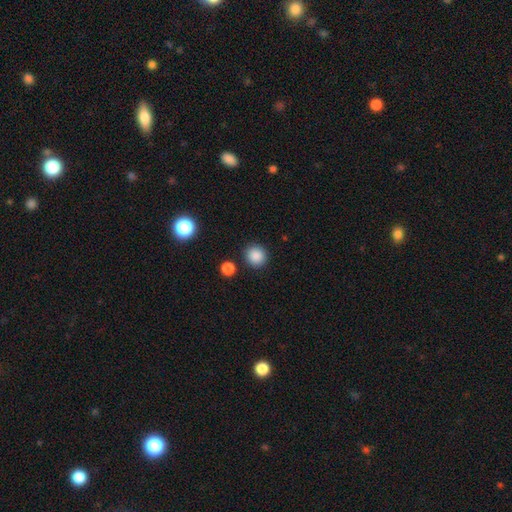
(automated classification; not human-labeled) smooth_or_featured: smooth (p=0.87) [alt: star or artifact p=0.10]
how_rounded: round (p=0.91) [alt: in between p=0.08]
merging: none (p=0.89) [alt: minor disturbance p=0.06]